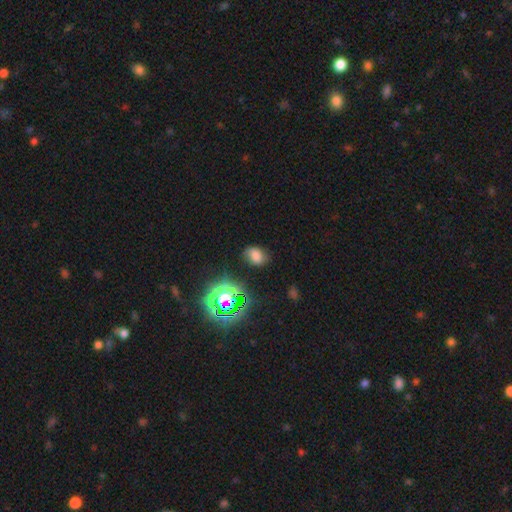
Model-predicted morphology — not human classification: Smooth or featured? smooth (62%)
How rounded? in between (71%)
Merging? none (73%)